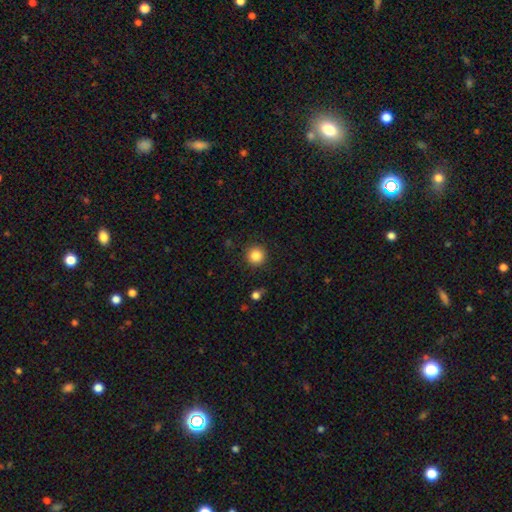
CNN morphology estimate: smooth_or_featured: smooth (p=0.86) [alt: star or artifact p=0.10]
how_rounded: round (p=0.95) [alt: in between p=0.04]
merging: none (p=0.91) [alt: minor disturbance p=0.06]